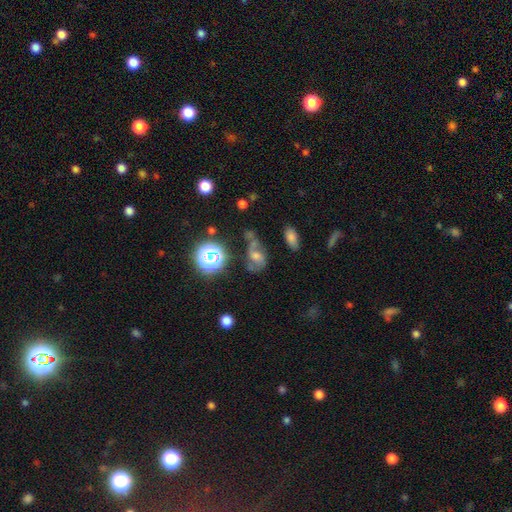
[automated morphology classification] This is marginally a featured or disk galaxy (36%). Merging: possibly none (47%).